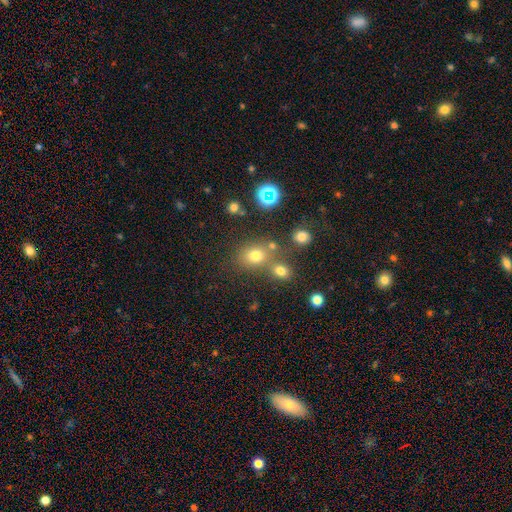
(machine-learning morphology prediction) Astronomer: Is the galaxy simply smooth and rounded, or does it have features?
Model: smooth — 69%.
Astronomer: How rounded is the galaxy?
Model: round — 60% (runner-up: in between, 39%).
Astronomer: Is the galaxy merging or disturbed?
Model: none — 62%.